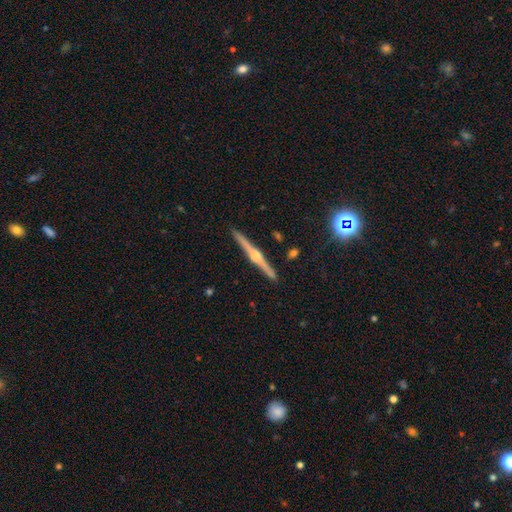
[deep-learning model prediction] Smooth or featured: featured or disk — 84% (smooth — 10%)
Edge-on disk: yes — 99% (no — 1%)
Edge-on bulge: rounded — 91% (boxy — 5%)
Merging: none — 92% (minor disturbance — 5%)